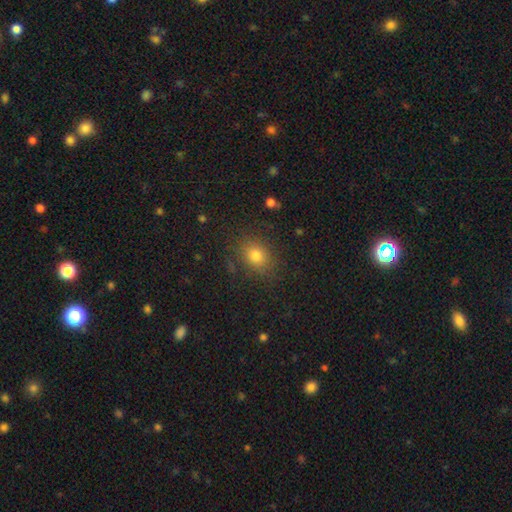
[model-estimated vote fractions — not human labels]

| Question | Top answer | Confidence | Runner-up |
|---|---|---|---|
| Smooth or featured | smooth | 76% | star or artifact (15%) |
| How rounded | round | 55% | in between (44%) |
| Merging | none | 82% | minor disturbance (12%) |